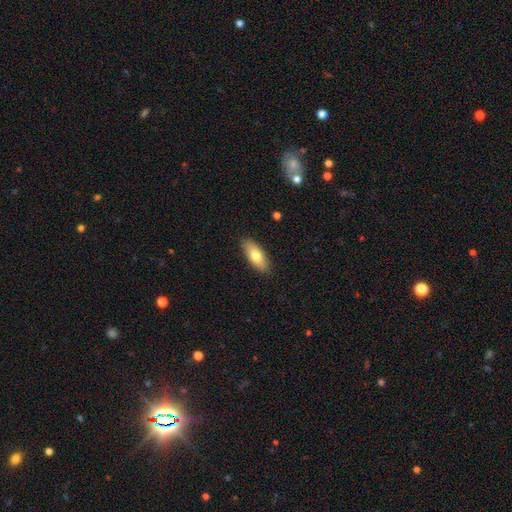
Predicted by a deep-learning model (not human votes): Smooth or featured? Predicted: smooth (p=0.75). How rounded? Predicted: in between (p=0.78). Merging? Predicted: none (p=0.88).